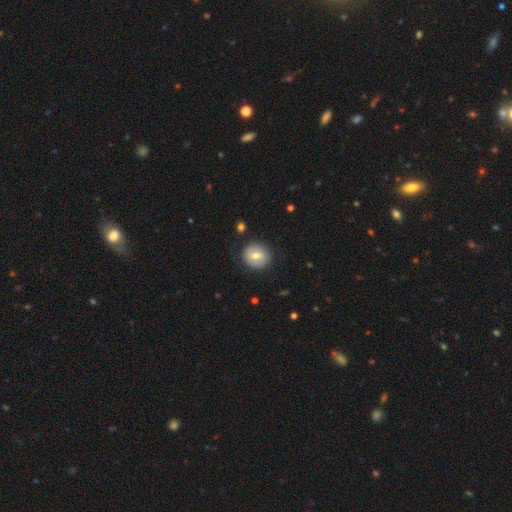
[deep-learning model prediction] Smooth or featured: smooth — 64% (featured or disk — 28%)
How rounded: round — 83% (in between — 16%)
Merging: none — 85% (minor disturbance — 11%)